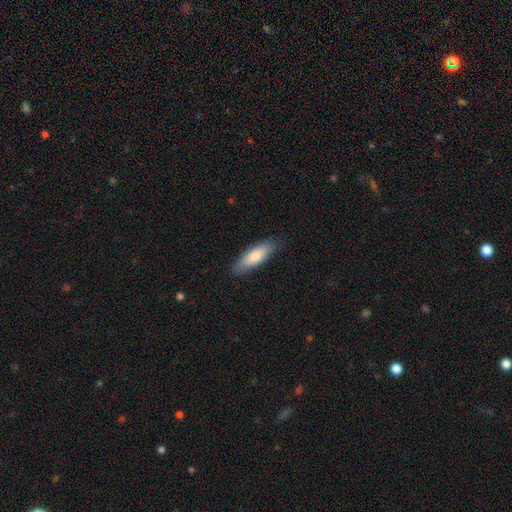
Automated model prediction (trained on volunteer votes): Smooth or featured?
  - smooth: 79% *
  - featured or disk: 16%
  - star or artifact: 6%
How rounded?
  - cigar-shaped: 49% * (tied)
  - in between: 49% * (tied)
  - round: 2%
Merging?
  - none: 85% *
  - minor disturbance: 12%
  - major disturbance: 2%
  - merger: 1%